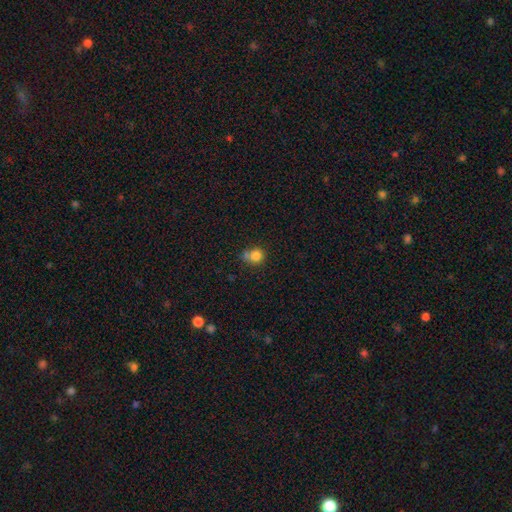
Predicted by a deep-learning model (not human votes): A smooth galaxy with no disk features (81%) that is round (85%). Merging: none (51%).